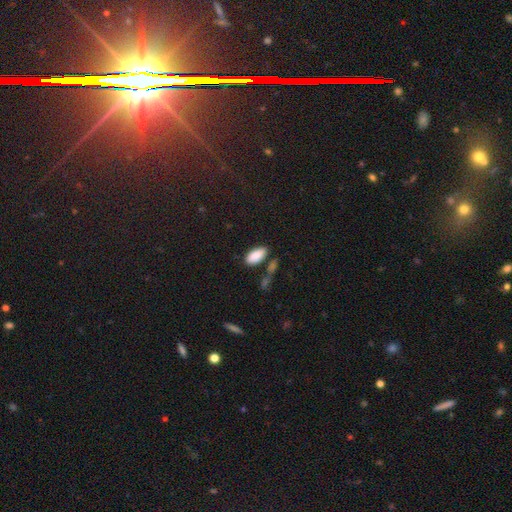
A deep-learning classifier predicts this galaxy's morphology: This appears to be a smooth galaxy with no disk features (88%) that is in between round and cigar-shaped (91%). Merging: none (71%).